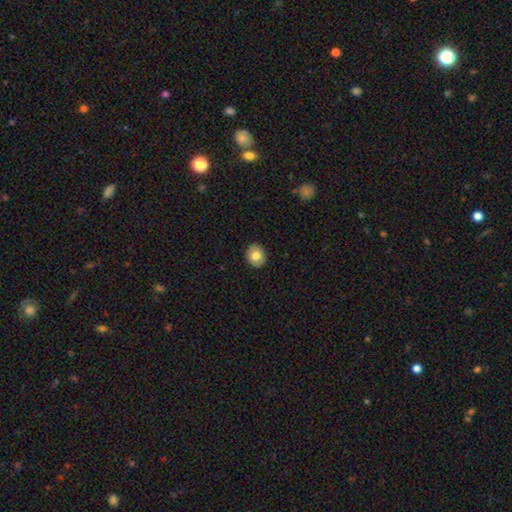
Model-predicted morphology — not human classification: A smooth galaxy with no disk features (76%) that is round (57%).

Vote fractions:
- Smooth or featured? smooth: 76% / featured or disk: 16% / star or artifact: 8%
- How rounded? round: 57% / in between: 42% / cigar-shaped: 1%
- Merging? none: 90% / minor disturbance: 7% / major disturbance: 2% / merger: 1%